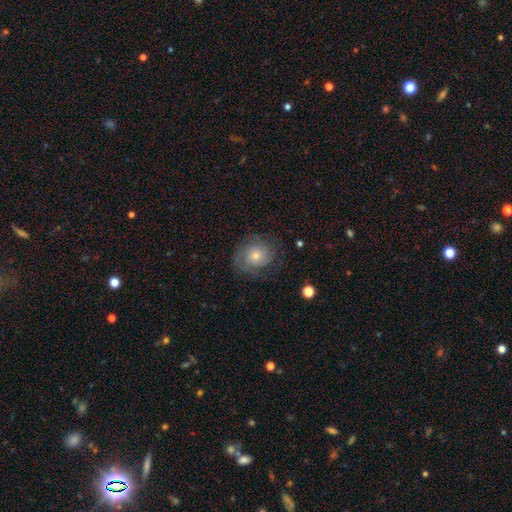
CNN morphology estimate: Smooth or featured?
  - featured or disk: 59% *
  - smooth: 31%
  - star or artifact: 10%
Edge-on disk?
  - no: 97% *
  - yes: 3%
Bar?
  - no: 83% *
  - weak: 15%
  - strong: 3%
Spiral arms?
  - yes: 87% *
  - no: 13%
Bulge size?
  - moderate: 50% *
  - small: 42%
  - large: 4%
  - none: 2%
  - dominant: 1%
Merging?
  - none: 74% *
  - minor disturbance: 17%
  - major disturbance: 8%
  - merger: 1%